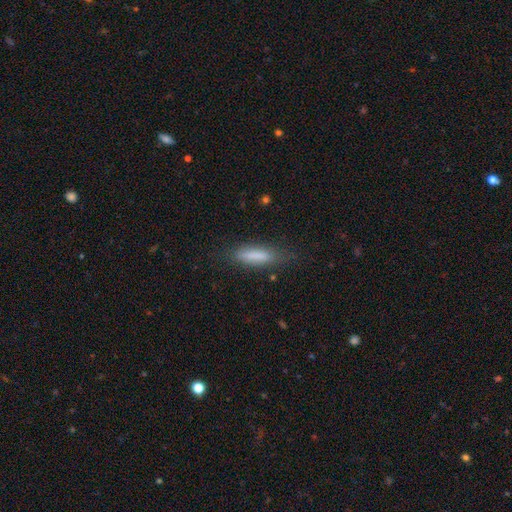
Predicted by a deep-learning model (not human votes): Smooth or featured?
  - smooth: 80% *
  - featured or disk: 12%
  - star or artifact: 8%
How rounded?
  - cigar-shaped: 66% *
  - in between: 33%
  - round: 2%
Merging?
  - none: 78% *
  - minor disturbance: 16%
  - major disturbance: 5%
  - merger: 2%